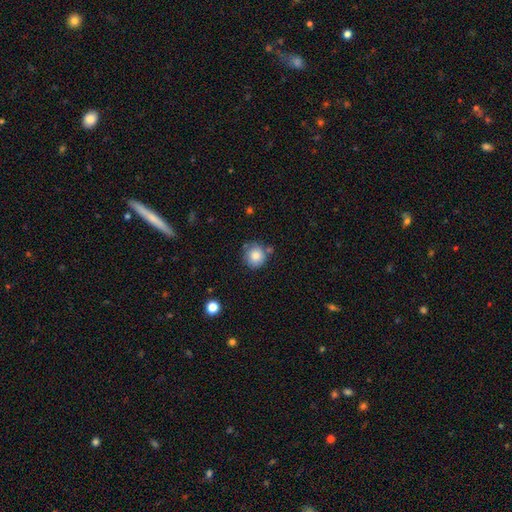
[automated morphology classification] This appears to be a smooth galaxy with no disk features (83%) that is round (92%). Merging: none (73%).